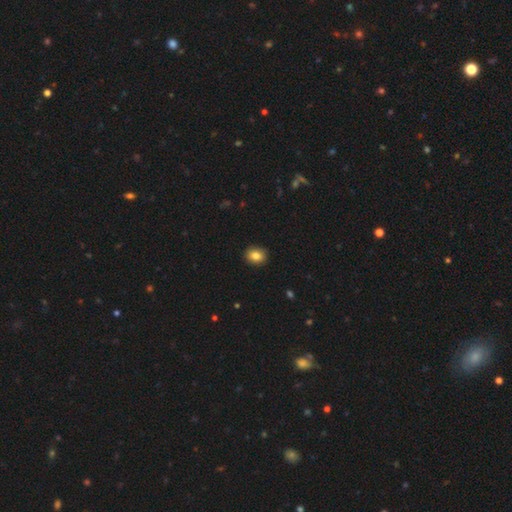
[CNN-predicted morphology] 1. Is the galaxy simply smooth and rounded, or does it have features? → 84% smooth, 9% star or artifact, 7% featured or disk.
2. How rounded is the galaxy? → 55% round, 44% in between, 1% cigar-shaped.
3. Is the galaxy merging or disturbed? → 89% none, 8% minor disturbance, 2% major disturbance, 1% merger.